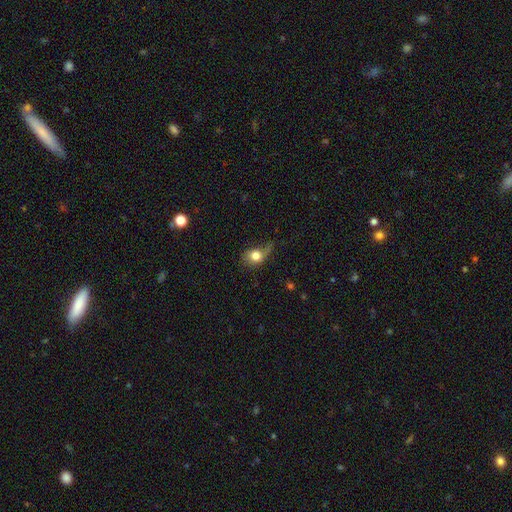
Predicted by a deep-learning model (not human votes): The model was most divided on "how rounded": round: 50%, in between: 48%, cigar-shaped: 2%. Remaining: smooth or featured — smooth (75%); merging — none (36%).